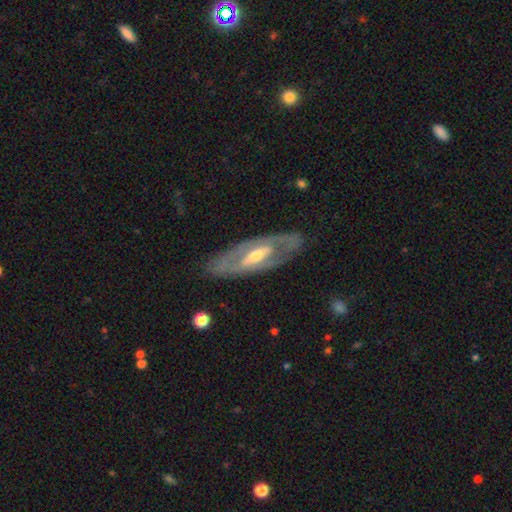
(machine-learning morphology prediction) A featured or disk galaxy (76%) with a strong bar (37%), no spiral arms (55%) and a moderate central bulge (61%).

Vote fractions:
- Smooth or featured? featured or disk: 76% / smooth: 19% / star or artifact: 5%
- Edge-on disk? no: 80% / yes: 20%
- Bar? strong: 37% / weak: 33% / no: 30%
- Spiral arms? no: 55% / yes: 45%
- Bulge size? moderate: 61% / small: 30% / large: 7% / none: 1% / dominant: 1%
- Merging? none: 80% / minor disturbance: 13% / major disturbance: 6% / merger: 1%